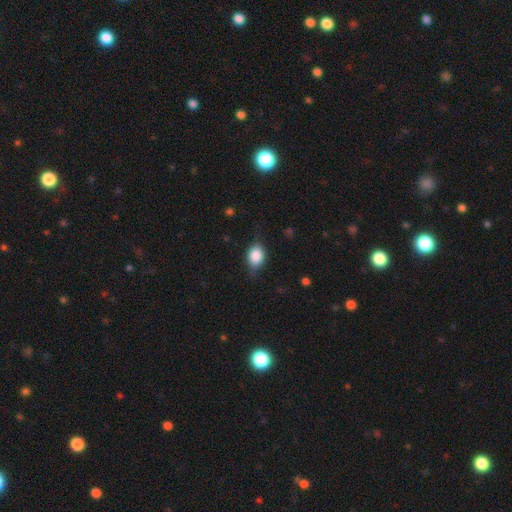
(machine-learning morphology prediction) Overall: smooth (81%). How rounded: in between (69%; round 29%). Merging: none (68%).